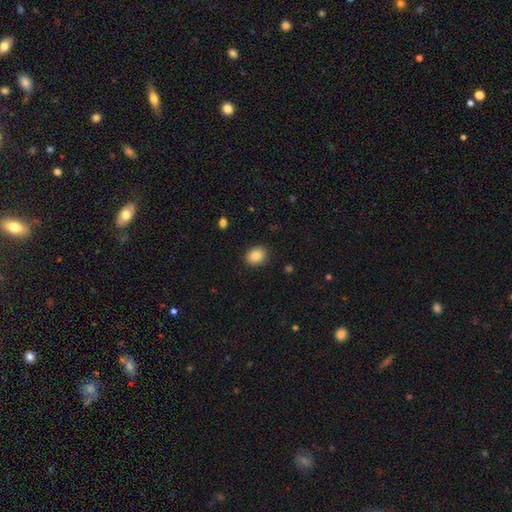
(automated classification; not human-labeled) A smooth galaxy with no disk features (87%) that is in between round and cigar-shaped (54%). Merging: none (90%).